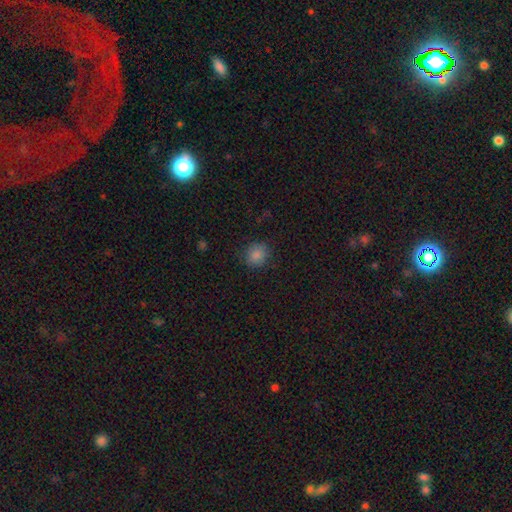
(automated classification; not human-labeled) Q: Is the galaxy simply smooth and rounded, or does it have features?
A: smooth — 83%.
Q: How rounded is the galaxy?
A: round — 80%.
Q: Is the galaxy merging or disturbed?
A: none — 85%.